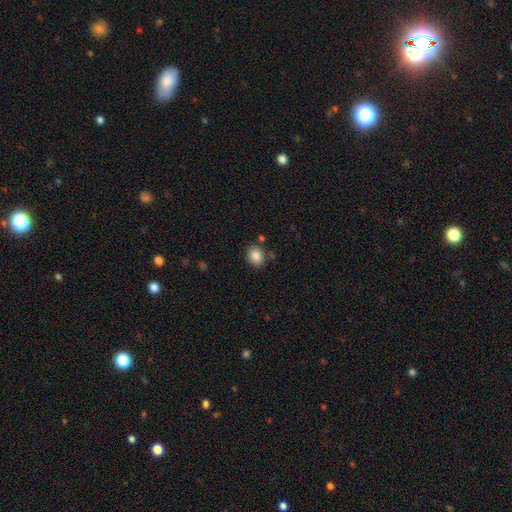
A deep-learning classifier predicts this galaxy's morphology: This is clearly a smooth galaxy (84%). How rounded: likely round (63%). Merging: clearly none (81%).